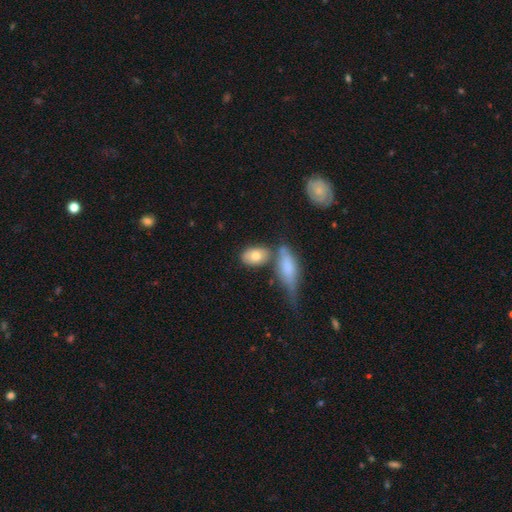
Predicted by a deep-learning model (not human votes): This appears to be a smooth galaxy with no disk features (75%) that is in between round and cigar-shaped (86%). Merging: none (56%).